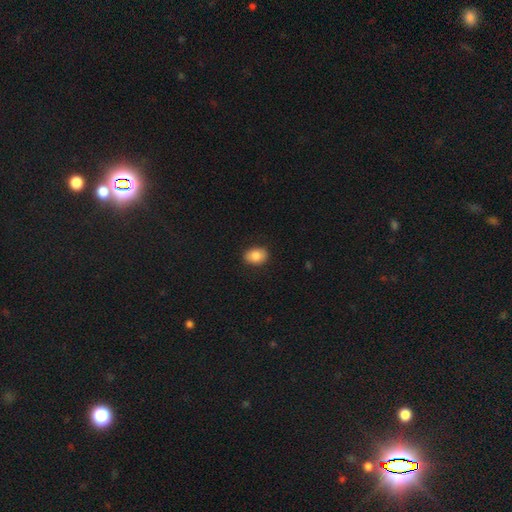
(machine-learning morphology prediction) smooth_or_featured: smooth (p=0.86) [alt: star or artifact p=0.08]
how_rounded: in between (p=0.73) [alt: round p=0.26]
merging: none (p=0.88) [alt: minor disturbance p=0.09]